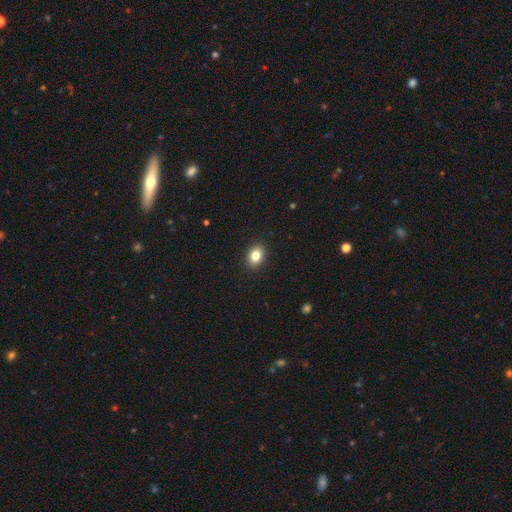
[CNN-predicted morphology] This is clearly a smooth galaxy (82%). How rounded: likely in between (71%). Merging: clearly none (91%).